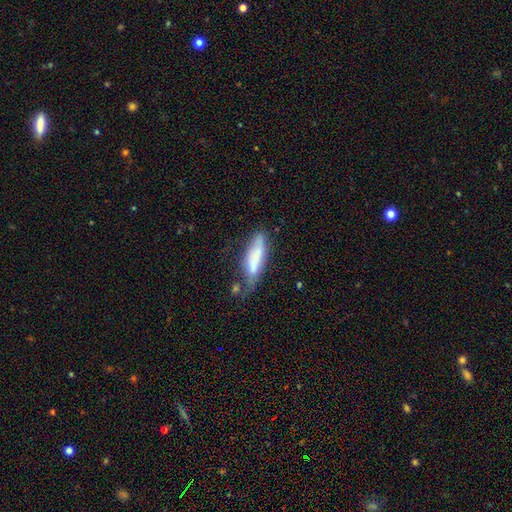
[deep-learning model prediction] The model was most divided on "merging": none: 42%, minor disturbance: 34%, major disturbance: 15%, merger: 9%. More confident: smooth or featured — smooth (65%); how rounded — cigar-shaped (63%).